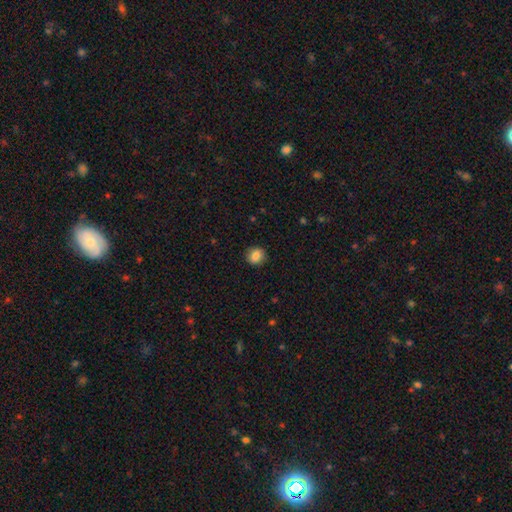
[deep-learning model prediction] Q: Smooth or featured?
A: smooth (84%); runner-up: star or artifact (9%)
Q: How rounded?
A: round (83%); runner-up: in between (16%)
Q: Merging?
A: none (89%); runner-up: minor disturbance (8%)